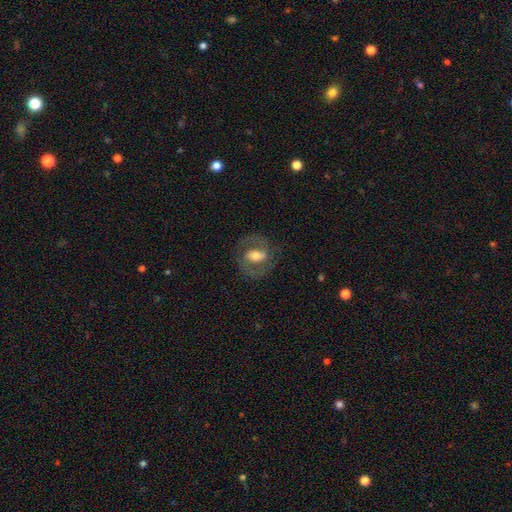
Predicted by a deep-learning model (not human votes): featured or disk 72%, smooth 22%, star or artifact 7%. Down the decision tree: edge-on disk — no (96%); bar — weak (41%); spiral arms — yes (81%); spiral arm count — 2 (87%); spiral winding — medium (52%); bulge size — moderate (61%); merging — none (77%).